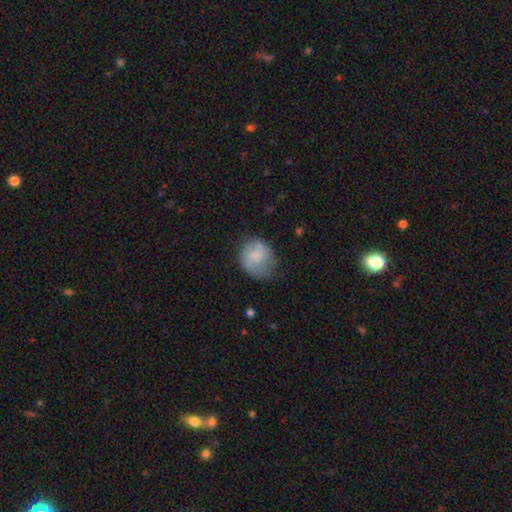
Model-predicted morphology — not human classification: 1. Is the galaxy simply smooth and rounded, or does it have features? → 74% smooth, 19% featured or disk, 7% star or artifact.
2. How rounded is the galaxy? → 67% round, 32% in between, 1% cigar-shaped.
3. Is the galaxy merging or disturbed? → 46% none, 36% minor disturbance, 16% major disturbance, 3% merger.